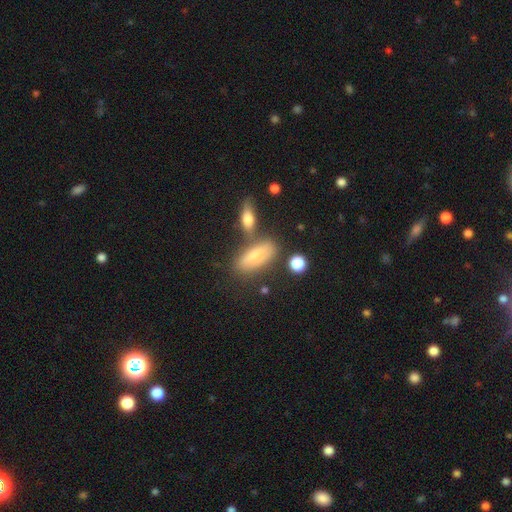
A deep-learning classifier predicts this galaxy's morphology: This is likely a smooth galaxy (69%). How rounded: likely in between (75%). Merging: likely none (60%).